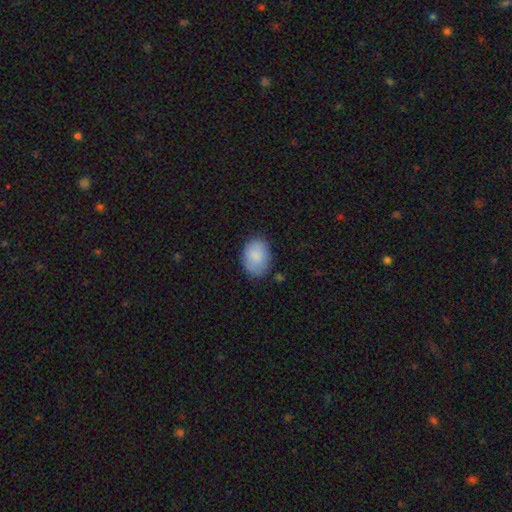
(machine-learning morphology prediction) type=smooth (86%); roundness=in between (78%); merging=none (80%).